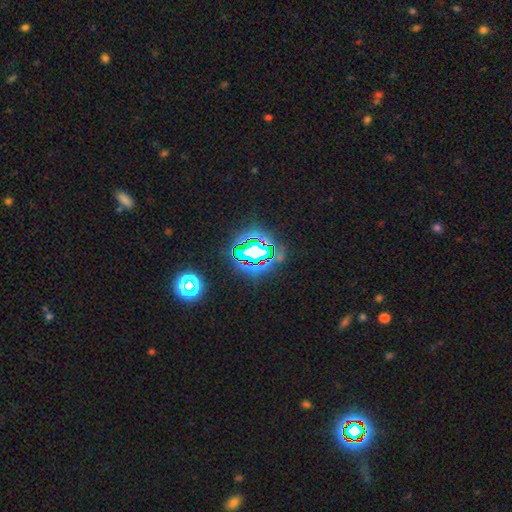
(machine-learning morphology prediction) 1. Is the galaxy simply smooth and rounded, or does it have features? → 80% star or artifact, 12% smooth, 8% featured or disk.